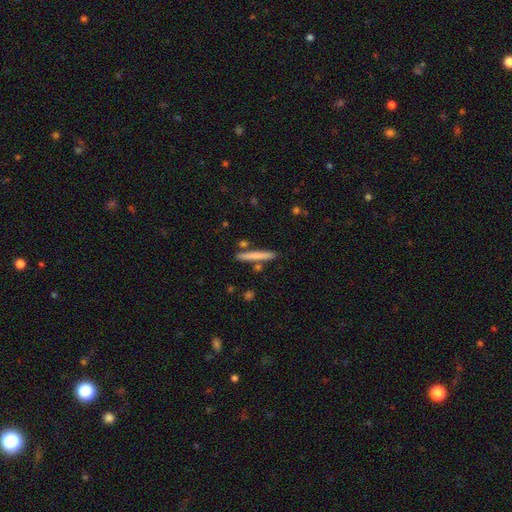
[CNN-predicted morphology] The model was most divided on "smooth or featured": smooth: 70%, featured or disk: 24%, star or artifact: 6%. More confident: how rounded — cigar-shaped (96%); merging — none (85%).